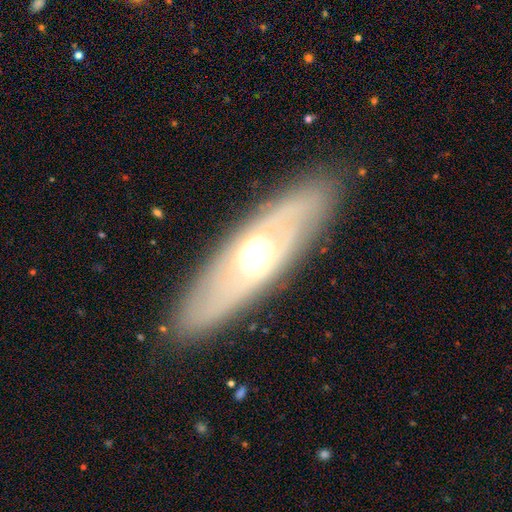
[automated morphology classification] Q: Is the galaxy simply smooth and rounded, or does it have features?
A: featured or disk — 68%.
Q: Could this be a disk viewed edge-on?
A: no — 69%.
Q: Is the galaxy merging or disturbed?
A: none — 87%.